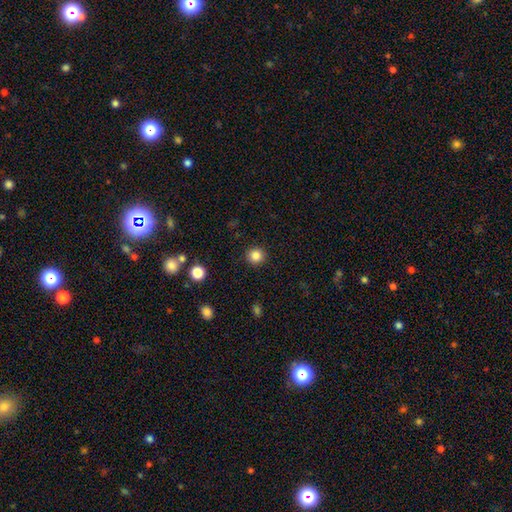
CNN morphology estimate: Smooth or featured?
  - smooth: 85% *
  - star or artifact: 11%
  - featured or disk: 4%
How rounded?
  - round: 94% *
  - in between: 5%
  - cigar-shaped: 1%
Merging?
  - none: 92% *
  - minor disturbance: 5%
  - major disturbance: 2%
  - merger: 1%